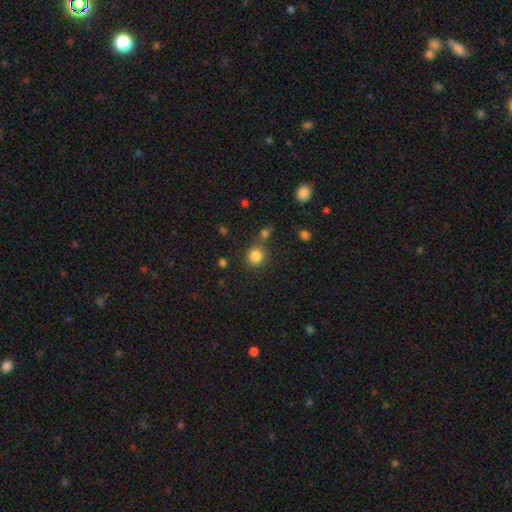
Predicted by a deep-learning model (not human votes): Morphology: type=smooth (83%); roundness=round (90%); merging=none (75%).